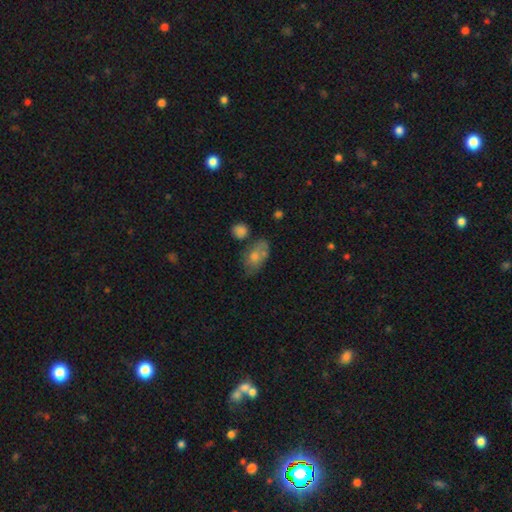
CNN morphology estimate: Overall: smooth (68%). How rounded: in between (89%). Merging: none (46%; minor disturbance 27%).